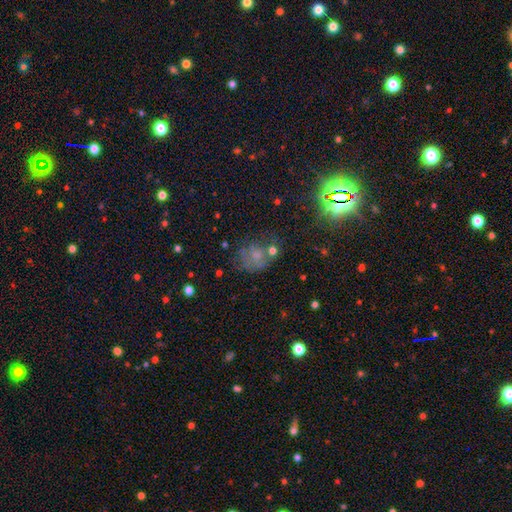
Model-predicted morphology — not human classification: Q: Smooth or featured?
A: smooth (54%); runner-up: featured or disk (26%)
Q: How rounded?
A: round (63%); runner-up: in between (36%)
Q: Merging?
A: none (41%); runner-up: major disturbance (23%)